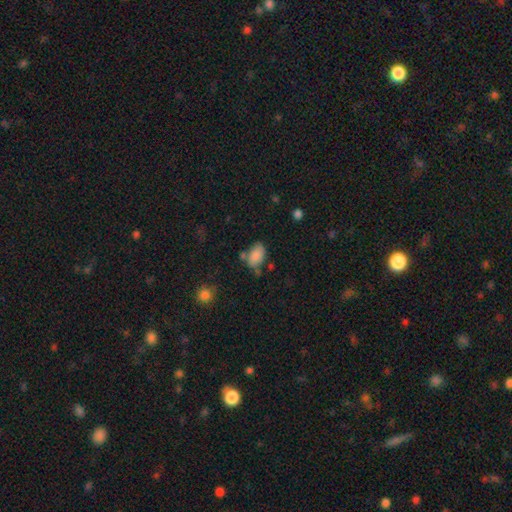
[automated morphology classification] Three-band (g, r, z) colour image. It shows a smooth galaxy with no disk features (84%) that is in between round and cigar-shaped (90%). Merging: none (54%).